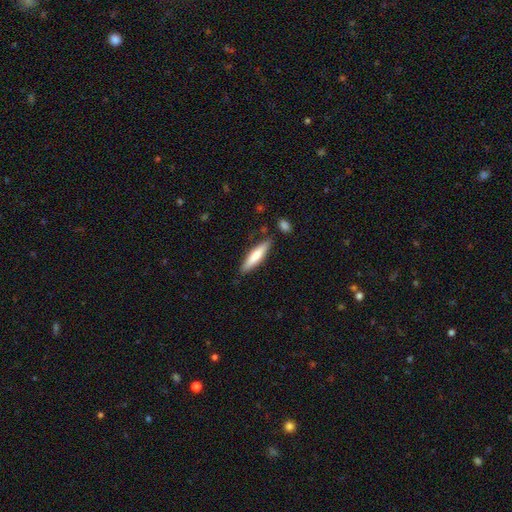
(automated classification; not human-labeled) This appears to be a smooth galaxy with no disk features (71%) that is cigar-shaped (81%). Merging: none (84%).